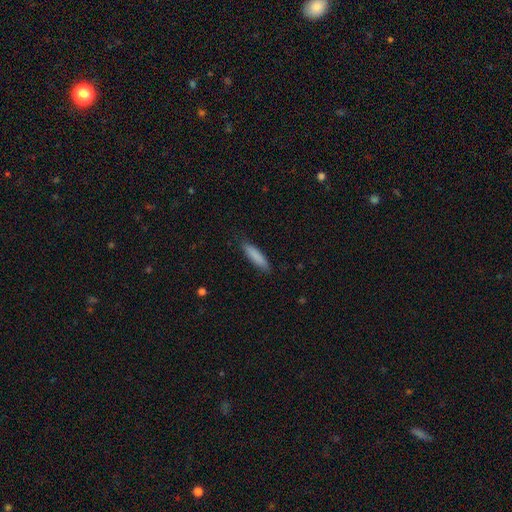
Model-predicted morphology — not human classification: Q: Smooth or featured?
A: smooth (86%); runner-up: featured or disk (8%)
Q: How rounded?
A: cigar-shaped (78%); runner-up: in between (21%)
Q: Merging?
A: none (85%); runner-up: minor disturbance (12%)